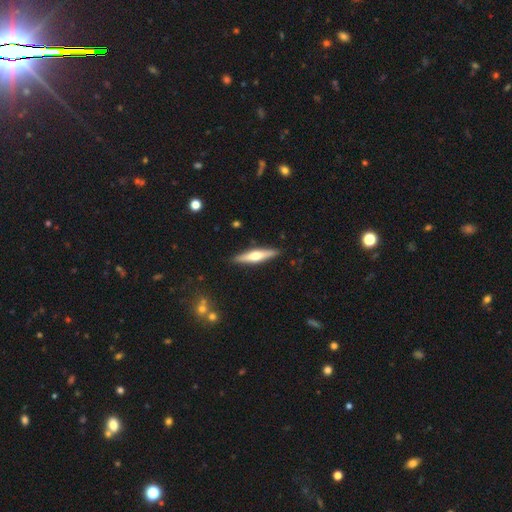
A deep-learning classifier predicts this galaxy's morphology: This is possibly a featured or disk galaxy (56%). It is clearly viewed edge-on (95%). Edge-on bulge: clearly rounded (89%). Merging: clearly none (90%).